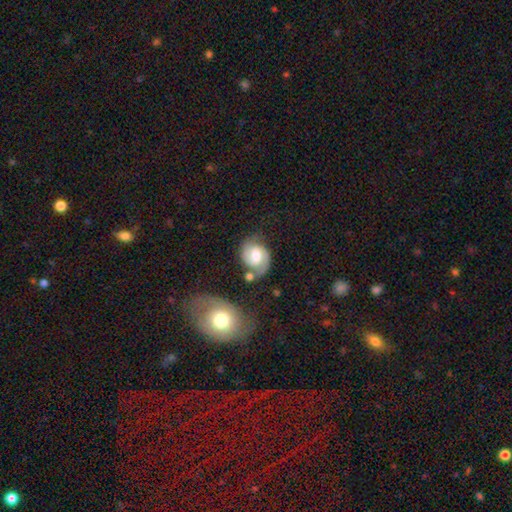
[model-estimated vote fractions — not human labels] The model was most divided on "bar": no: 45%, weak: 43%, strong: 12%. Remaining: edge-on disk — no (97%); spiral arms — yes (93%); spiral arm count — 2 (87%); smooth or featured — featured or disk (70%); bulge size — moderate (62%); merging — none (58%); spiral winding — medium (46%).